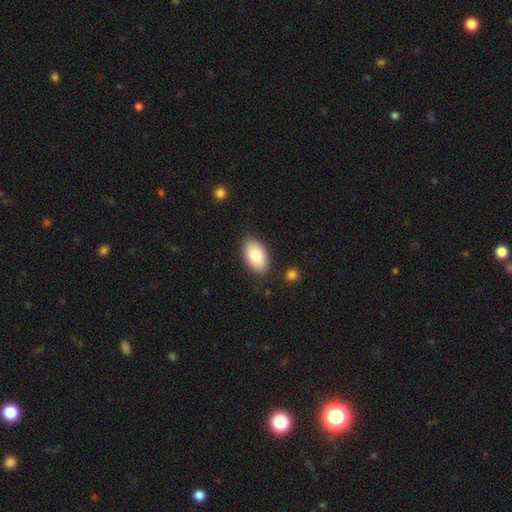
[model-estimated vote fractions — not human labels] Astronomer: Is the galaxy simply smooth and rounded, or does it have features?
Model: smooth — 83%.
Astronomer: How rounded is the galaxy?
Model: in between — 94%.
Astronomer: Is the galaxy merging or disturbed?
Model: none — 86%.